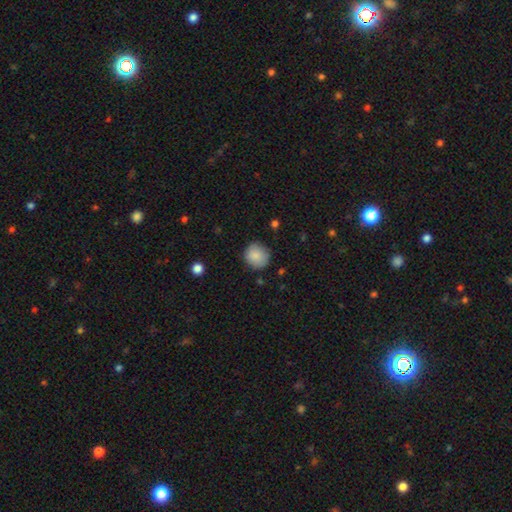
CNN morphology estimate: Smooth or featured: smooth — 87% (star or artifact — 7%)
How rounded: round — 87% (in between — 12%)
Merging: none — 81% (minor disturbance — 14%)